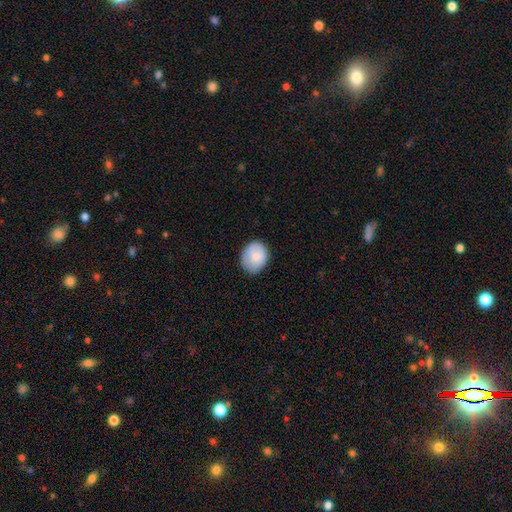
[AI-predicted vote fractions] Smooth or featured: smooth — 83% (featured or disk — 10%)
How rounded: round — 55% (in between — 44%)
Merging: none — 75% (minor disturbance — 19%)